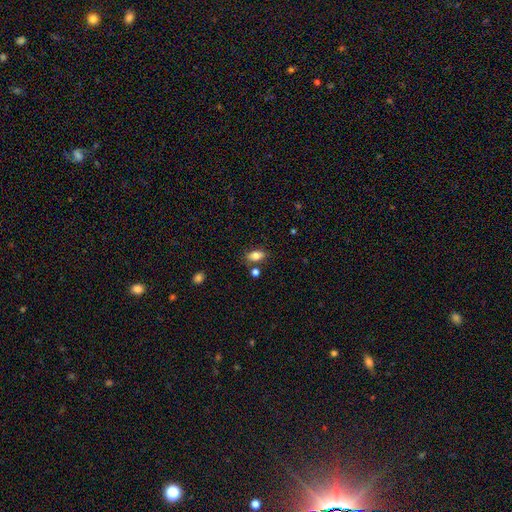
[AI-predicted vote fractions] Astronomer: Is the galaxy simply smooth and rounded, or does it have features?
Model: smooth — 82%.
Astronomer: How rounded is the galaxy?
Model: in between — 88%.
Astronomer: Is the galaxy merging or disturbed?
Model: none — 75%.